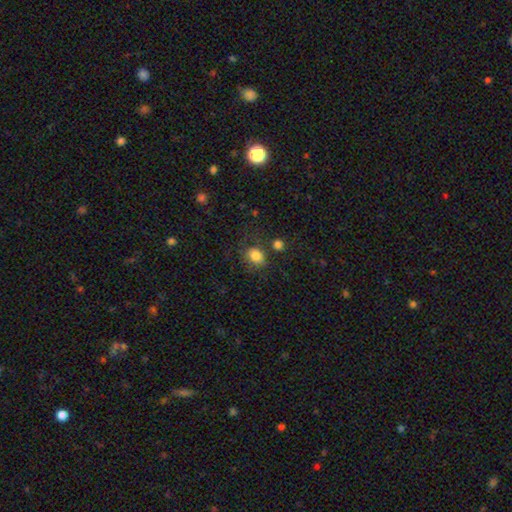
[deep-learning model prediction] Q: Smooth or featured?
A: smooth (81%); runner-up: star or artifact (12%)
Q: How rounded?
A: round (56%); runner-up: in between (43%)
Q: Merging?
A: none (64%); runner-up: minor disturbance (18%)